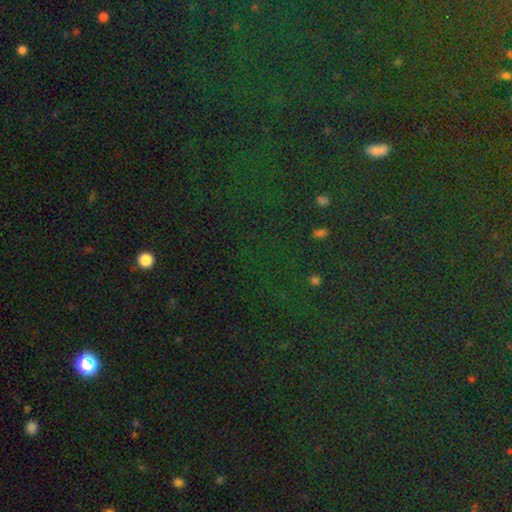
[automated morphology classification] smooth_or_featured: star or artifact (p=0.80) [alt: smooth p=0.13]